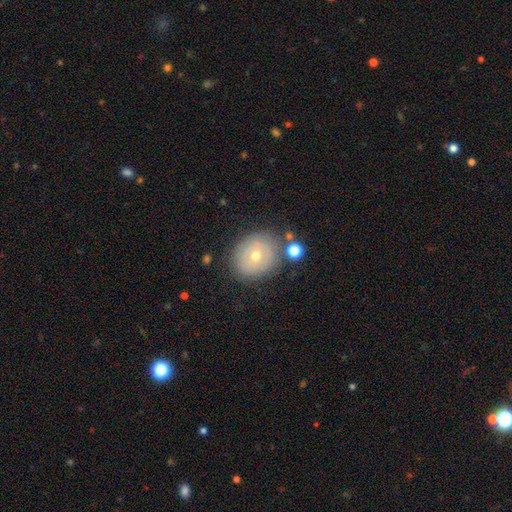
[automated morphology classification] The model was most divided on "smooth or featured": smooth: 50%, featured or disk: 38%, star or artifact: 11%. More confident: merging — none (77%); how rounded — round (76%).